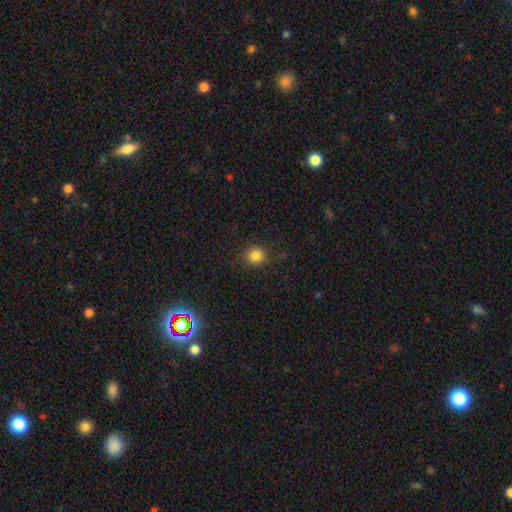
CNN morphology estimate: smooth 84%, star or artifact 12%, featured or disk 4%. Down the decision tree: how rounded — round (89%); merging — none (89%).